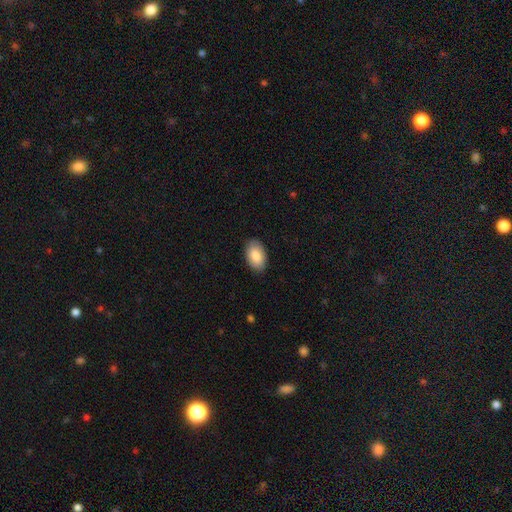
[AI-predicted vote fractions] Smooth or featured?
  - smooth: 84% *
  - featured or disk: 10%
  - star or artifact: 6%
How rounded?
  - in between: 93% *
  - round: 6%
  - cigar-shaped: 1%
Merging?
  - none: 86% *
  - minor disturbance: 11%
  - major disturbance: 2%
  - merger: 1%